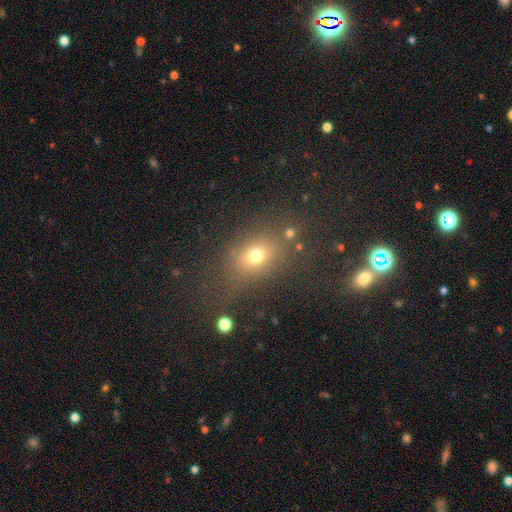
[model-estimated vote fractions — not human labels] smooth_or_featured: smooth (p=0.70) [alt: star or artifact p=0.18]
how_rounded: in between (p=0.60) [alt: round p=0.36]
merging: none (p=0.68) [alt: minor disturbance p=0.14]